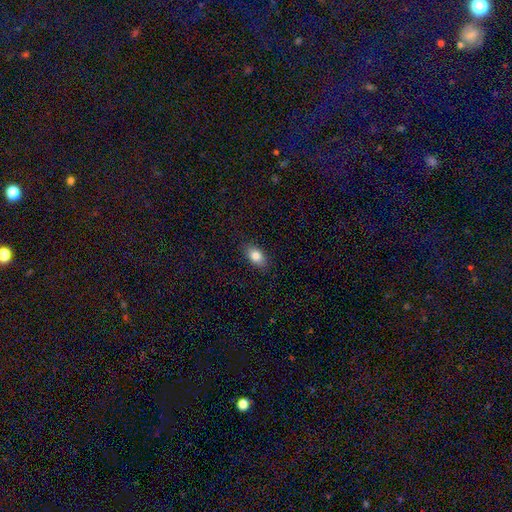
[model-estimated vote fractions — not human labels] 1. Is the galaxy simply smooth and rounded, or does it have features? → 82% smooth, 10% featured or disk, 8% star or artifact.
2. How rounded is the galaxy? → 89% in between, 7% round, 4% cigar-shaped.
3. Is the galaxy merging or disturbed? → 87% none, 10% minor disturbance, 2% major disturbance, 1% merger.